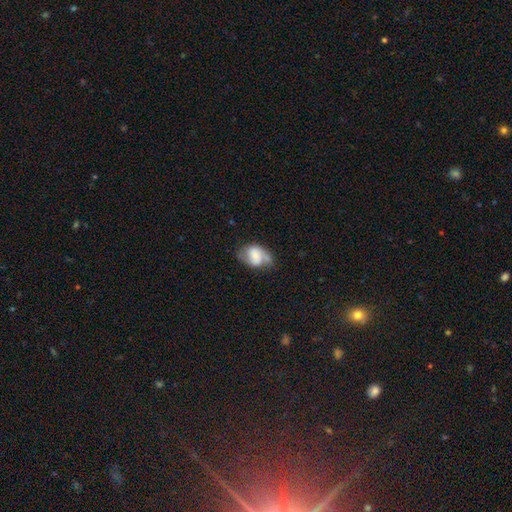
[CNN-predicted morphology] Overall: featured or disk (53%; smooth 38%). Edge-on disk: no (97%). Bar: no (46%; weak 36%). Spiral arms: yes (83%). Bulge size: none (28%; small 27%). Merging: none (51%; minor disturbance 29%).